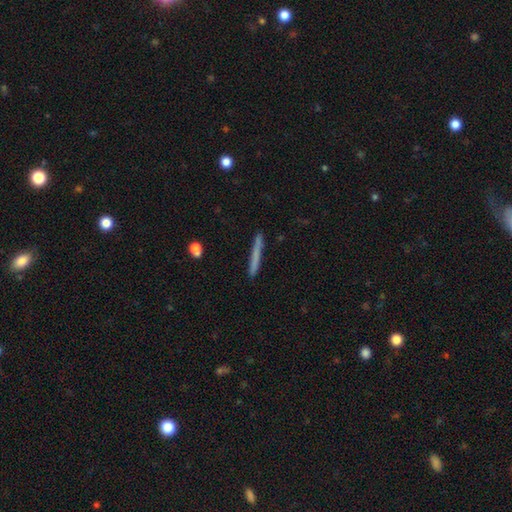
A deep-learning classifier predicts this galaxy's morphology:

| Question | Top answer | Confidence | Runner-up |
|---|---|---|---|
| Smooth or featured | smooth | 64% | featured or disk (29%) |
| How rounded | cigar-shaped | 97% | in between (2%) |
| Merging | none | 89% | minor disturbance (8%) |